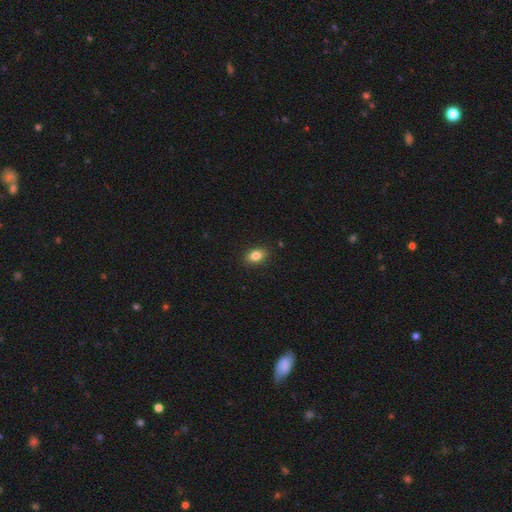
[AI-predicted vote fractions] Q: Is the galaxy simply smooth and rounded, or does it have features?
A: smooth — 84%.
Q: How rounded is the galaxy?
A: in between — 82%.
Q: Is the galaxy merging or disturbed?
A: none — 89%.